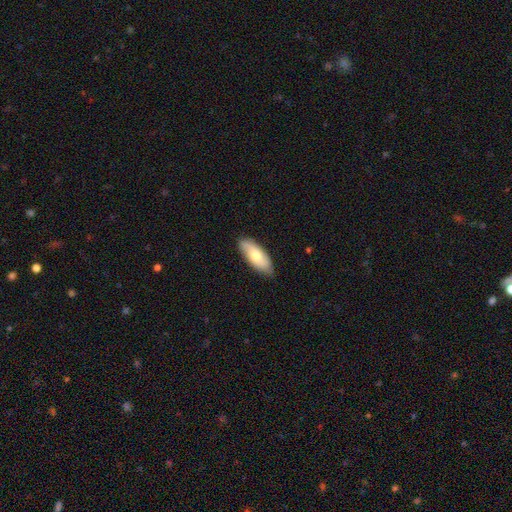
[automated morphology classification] smooth_or_featured: smooth (p=0.64) [alt: featured or disk p=0.30]
how_rounded: in between (p=0.81) [alt: cigar-shaped p=0.17]
merging: none (p=0.82) [alt: minor disturbance p=0.15]